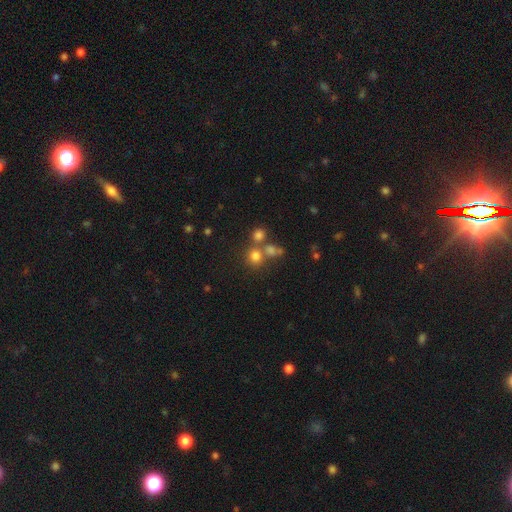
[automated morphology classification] Smooth or featured? Predicted: smooth (p=0.74). How rounded? Predicted: round (p=0.83). Merging? Predicted: none (p=0.55).